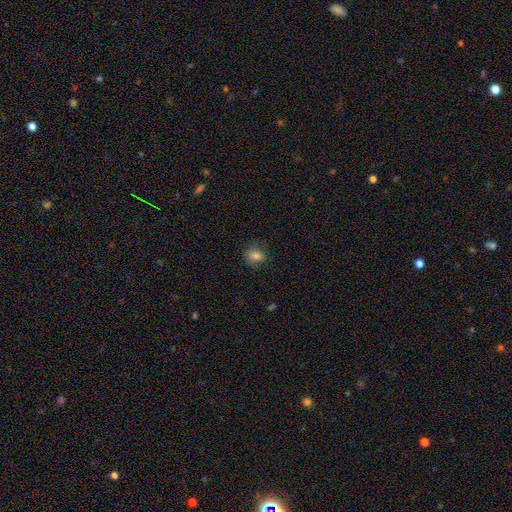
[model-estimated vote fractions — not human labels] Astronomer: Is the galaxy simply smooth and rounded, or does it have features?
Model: smooth — 74%.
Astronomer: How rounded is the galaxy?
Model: in between — 53% (runner-up: round, 45%).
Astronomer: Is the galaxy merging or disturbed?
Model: none — 74%.